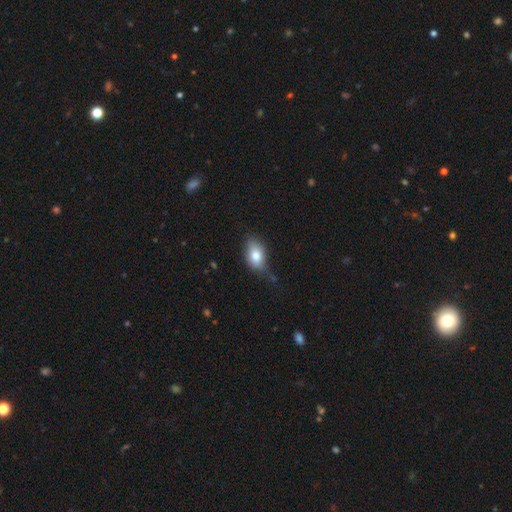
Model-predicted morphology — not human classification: The model was most divided on "merging": none: 62%, minor disturbance: 29%, major disturbance: 7%, merger: 3%. More confident: how rounded — in between (87%); smooth or featured — smooth (79%).